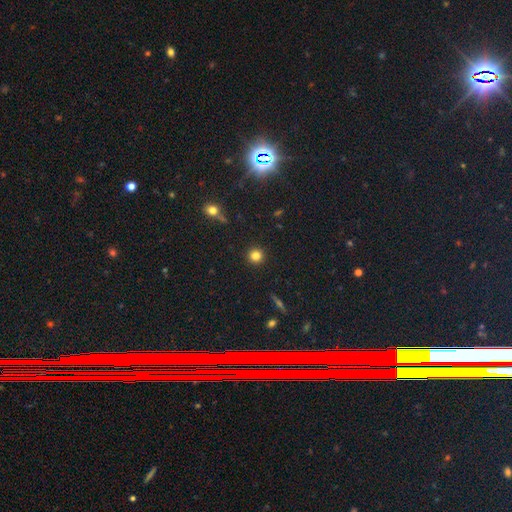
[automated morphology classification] Q: Smooth or featured?
A: smooth (81%); runner-up: star or artifact (13%)
Q: How rounded?
A: round (94%); runner-up: in between (5%)
Q: Merging?
A: none (92%); runner-up: minor disturbance (5%)